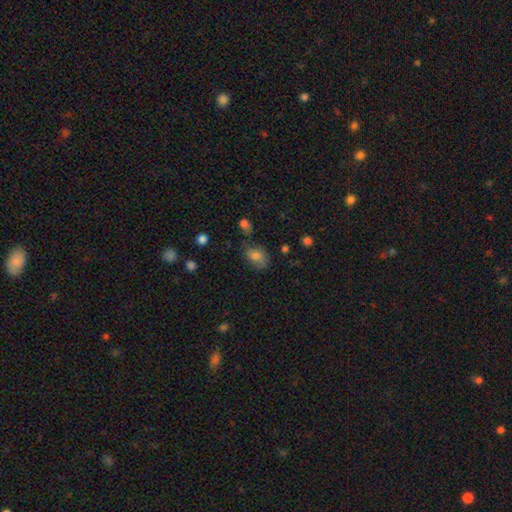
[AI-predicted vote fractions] smooth_or_featured: smooth (p=0.78) [alt: star or artifact p=0.11]
how_rounded: in between (p=0.79) [alt: round p=0.20]
merging: none (p=0.61) [alt: minor disturbance p=0.24]